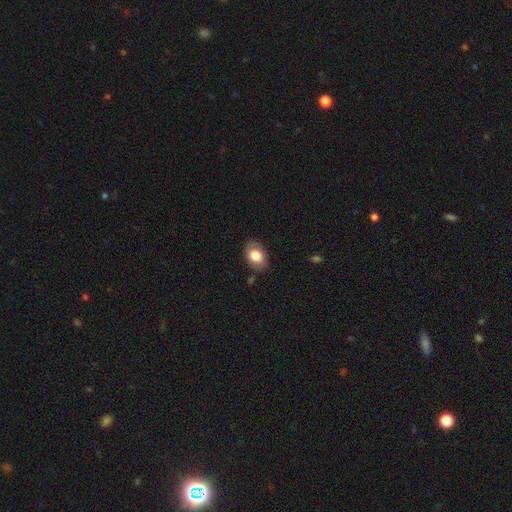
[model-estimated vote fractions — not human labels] Smooth or featured? Predicted: smooth (p=0.75). How rounded? Predicted: in between (p=0.82). Merging? Predicted: none (p=0.78).